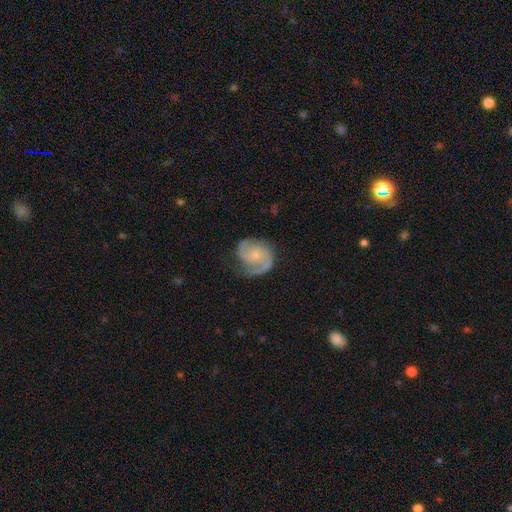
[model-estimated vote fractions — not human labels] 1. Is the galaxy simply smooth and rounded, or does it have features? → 80% featured or disk, 14% smooth, 6% star or artifact.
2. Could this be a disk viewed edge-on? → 98% no, 2% yes.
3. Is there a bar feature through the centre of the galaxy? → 67% no, 28% weak, 5% strong.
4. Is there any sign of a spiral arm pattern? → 95% yes, 5% no.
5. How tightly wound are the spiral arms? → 47% medium, 34% tight, 19% loose.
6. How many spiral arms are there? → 78% 2, 10% 1, 6% can't tell, 3% 3, 1% 4, 1% more than 4.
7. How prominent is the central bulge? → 60% small, 29% moderate, 8% none, 2% large, 1% dominant.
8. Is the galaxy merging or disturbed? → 65% none, 22% minor disturbance, 12% major disturbance, 2% merger.